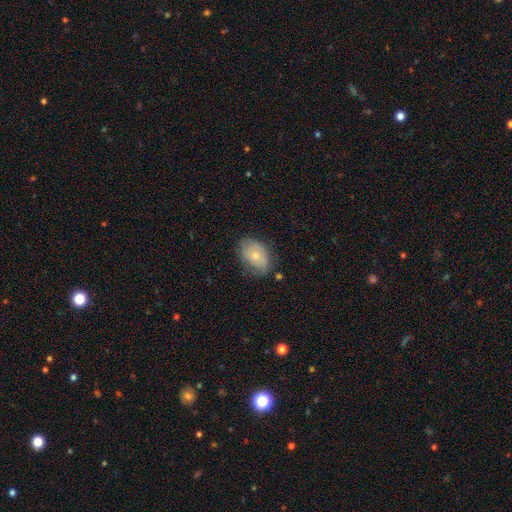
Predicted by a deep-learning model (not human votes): smooth 70%, featured or disk 22%, star or artifact 7%. Down the decision tree: how rounded — in between (83%); merging — none (69%).